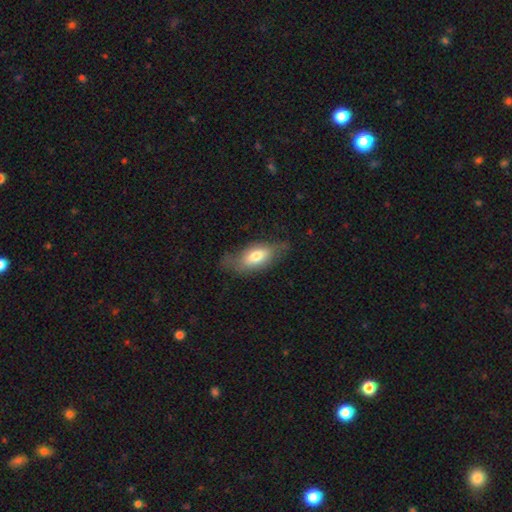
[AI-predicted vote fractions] smooth 66%, featured or disk 27%, star or artifact 7%. Down the decision tree: how rounded — in between (84%); merging — none (58%).